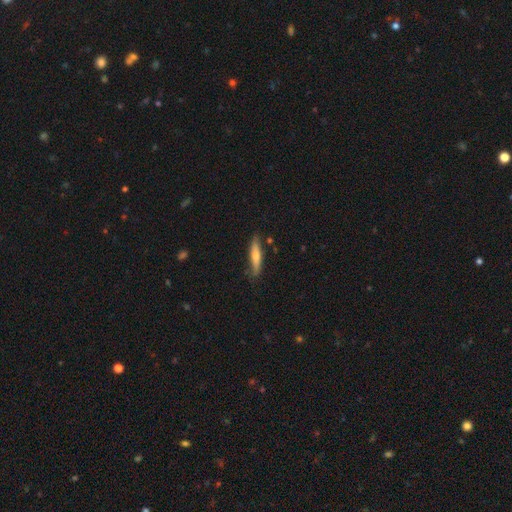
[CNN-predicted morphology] Smooth or featured? Predicted: smooth (p=0.54). How rounded? Predicted: cigar-shaped (p=0.86). Merging? Predicted: none (p=0.80).